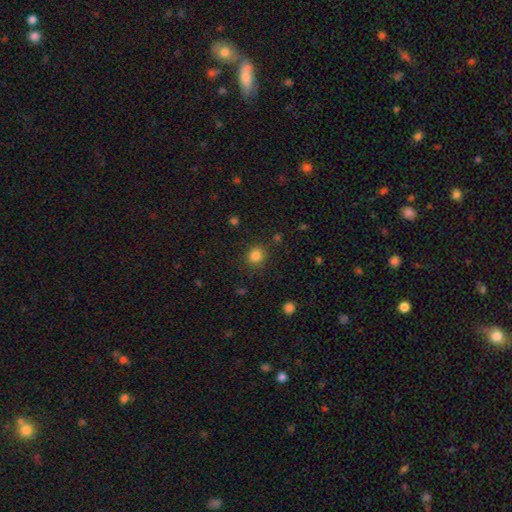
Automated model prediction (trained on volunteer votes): smooth_or_featured: smooth (p=0.84) [alt: star or artifact p=0.12]
how_rounded: round (p=0.82) [alt: in between p=0.17]
merging: none (p=0.85) [alt: minor disturbance p=0.09]